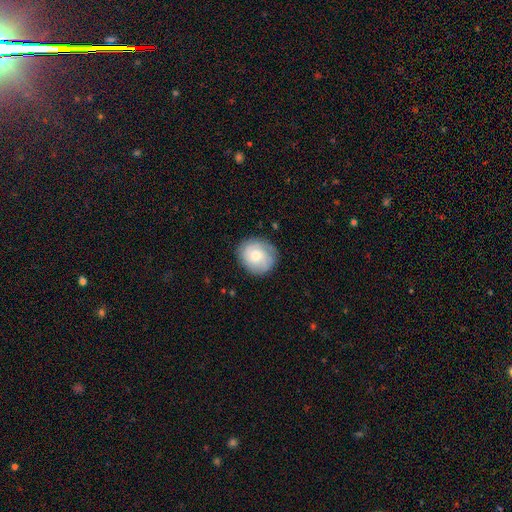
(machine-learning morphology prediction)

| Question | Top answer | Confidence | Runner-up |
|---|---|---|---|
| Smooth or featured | featured or disk | 50% | smooth (43%) |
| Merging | none | 82% | minor disturbance (13%) |